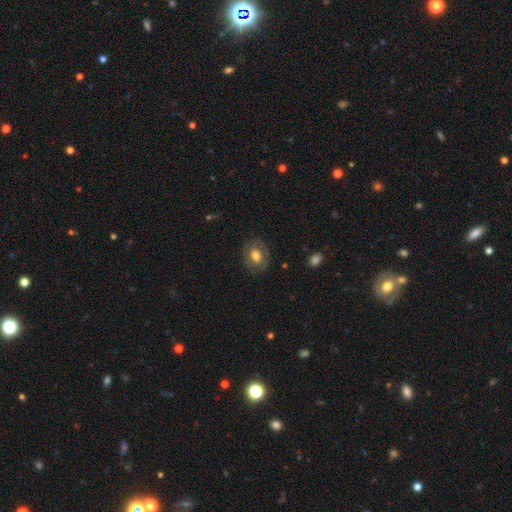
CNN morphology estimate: Smooth or featured?
  - smooth: 59% *
  - featured or disk: 34%
  - star or artifact: 7%
How rounded?
  - in between: 59% *
  - round: 40%
  - cigar-shaped: 1%
Merging?
  - none: 80% *
  - minor disturbance: 13%
  - major disturbance: 6%
  - merger: 1%